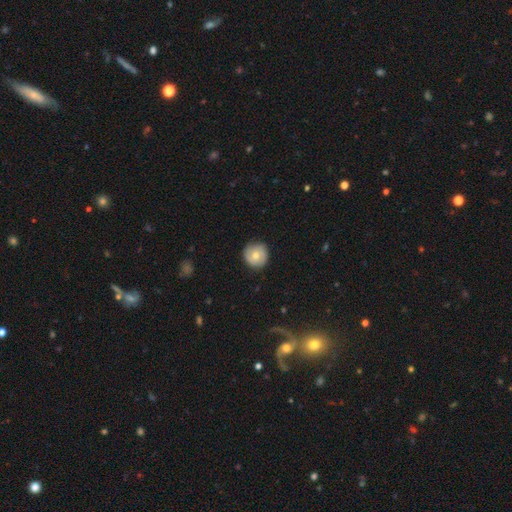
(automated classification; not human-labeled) Smooth or featured? Predicted: smooth (p=0.63). How rounded? Predicted: round (p=0.93). Merging? Predicted: none (p=0.84).